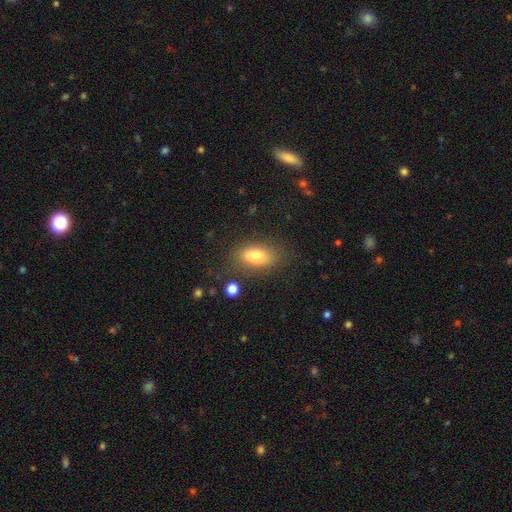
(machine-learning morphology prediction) Smooth or featured?
  - smooth: 79% *
  - featured or disk: 12%
  - star or artifact: 9%
How rounded?
  - in between: 87% *
  - cigar-shaped: 7%
  - round: 6%
Merging?
  - none: 77% *
  - minor disturbance: 14%
  - major disturbance: 6%
  - merger: 3%